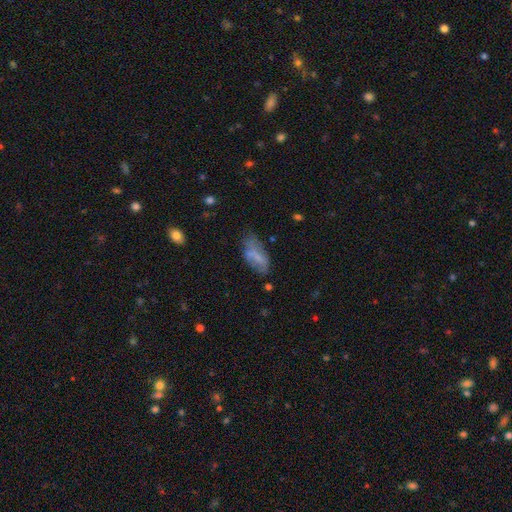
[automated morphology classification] Q: Smooth or featured?
A: smooth (59%); runner-up: featured or disk (31%)
Q: How rounded?
A: in between (82%); runner-up: cigar-shaped (15%)
Q: Merging?
A: none (48%); runner-up: minor disturbance (30%)